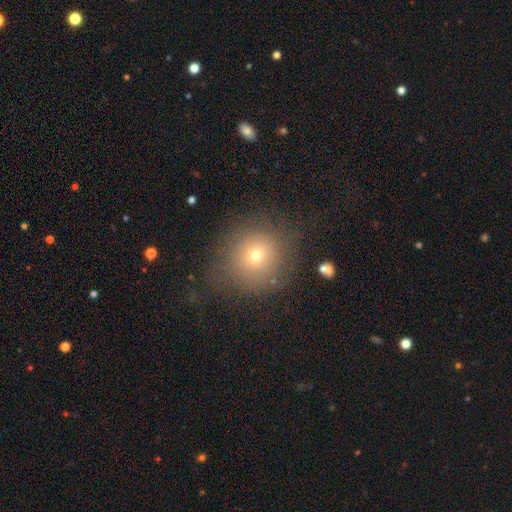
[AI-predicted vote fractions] This appears to be a smooth galaxy with no disk features (68%) that is round (88%). Merging: none (72%).